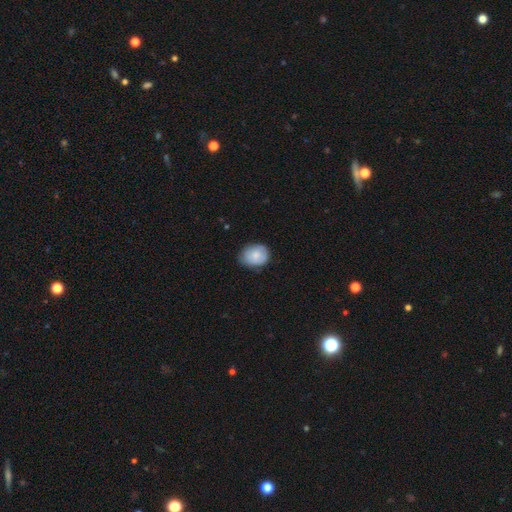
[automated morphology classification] Overall: smooth (77%). How rounded: in between (55%; round 44%). Merging: none (70%).